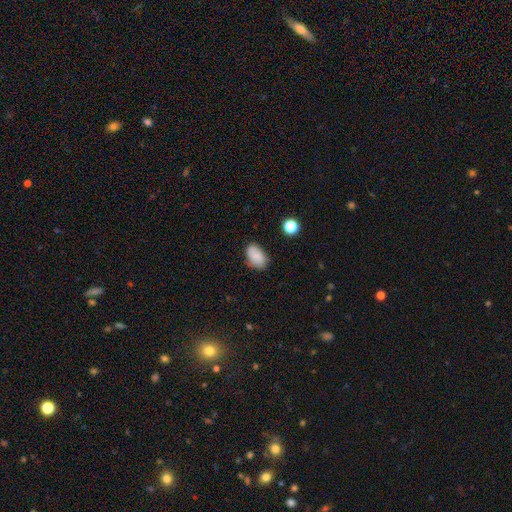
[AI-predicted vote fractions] Smooth or featured? smooth (80%)
How rounded? in between (89%)
Merging? none (72%)